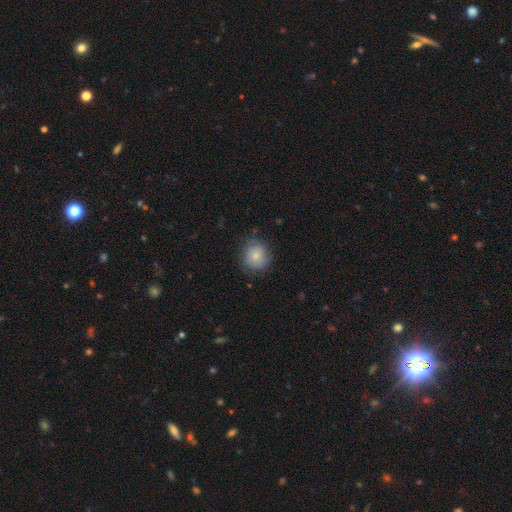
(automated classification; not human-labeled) This is clearly a smooth galaxy (80%). How rounded: clearly round (88%). Merging: likely none (78%).